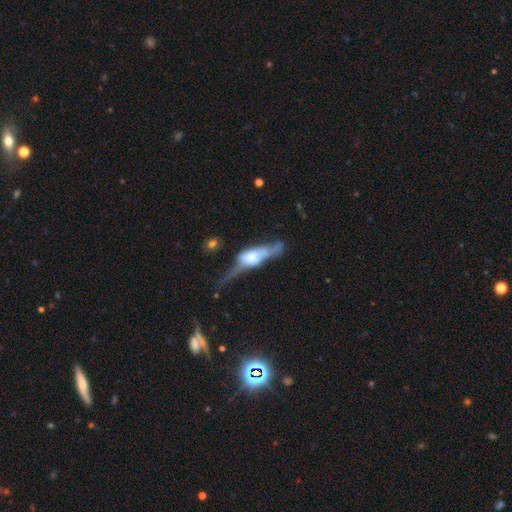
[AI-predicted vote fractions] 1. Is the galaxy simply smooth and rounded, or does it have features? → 67% featured or disk, 23% smooth, 10% star or artifact.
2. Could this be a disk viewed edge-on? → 77% yes, 23% no.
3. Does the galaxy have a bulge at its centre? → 65% rounded, 30% boxy, 5% none.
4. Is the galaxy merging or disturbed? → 34% major disturbance, 32% none, 25% minor disturbance, 10% merger.